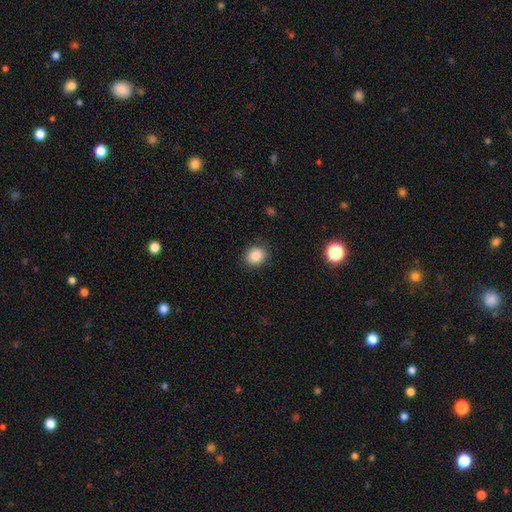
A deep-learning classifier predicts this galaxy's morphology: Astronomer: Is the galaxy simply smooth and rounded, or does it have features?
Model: smooth — 87%.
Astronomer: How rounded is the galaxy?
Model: round — 68%.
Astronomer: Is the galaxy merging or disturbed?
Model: none — 86%.